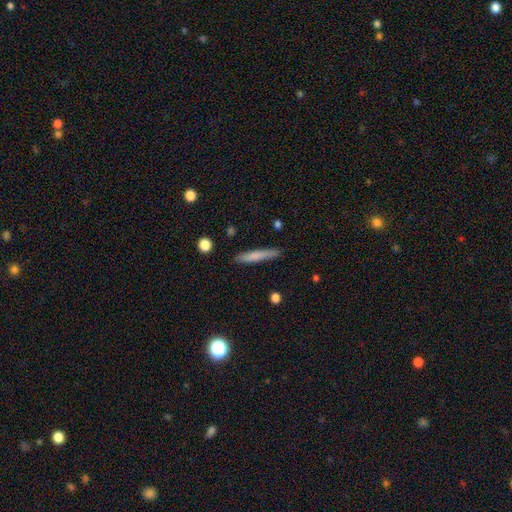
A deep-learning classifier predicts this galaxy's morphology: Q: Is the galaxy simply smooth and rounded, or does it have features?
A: smooth — 74%.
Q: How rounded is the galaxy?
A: cigar-shaped — 93%.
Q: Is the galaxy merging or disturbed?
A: none — 86%.